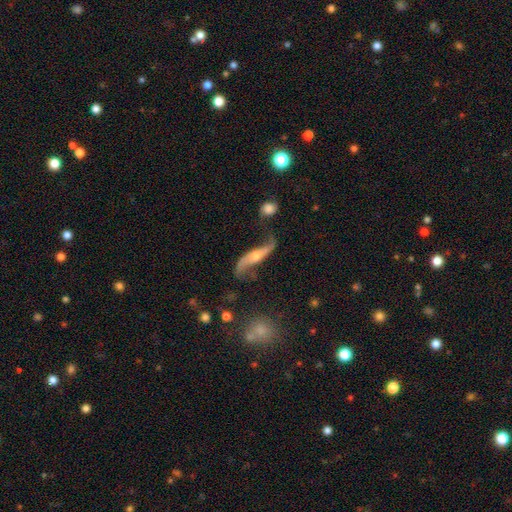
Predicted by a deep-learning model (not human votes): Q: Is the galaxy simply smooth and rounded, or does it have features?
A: featured or disk — 81%.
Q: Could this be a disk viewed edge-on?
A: no — 79%.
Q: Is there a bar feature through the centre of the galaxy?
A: no — 54%.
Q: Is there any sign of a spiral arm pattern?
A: yes — 93%.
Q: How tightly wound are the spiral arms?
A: loose — 92%.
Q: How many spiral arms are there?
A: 2 — 92%.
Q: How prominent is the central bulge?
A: moderate — 44%, tied with small.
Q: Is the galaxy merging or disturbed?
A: none — 59%.